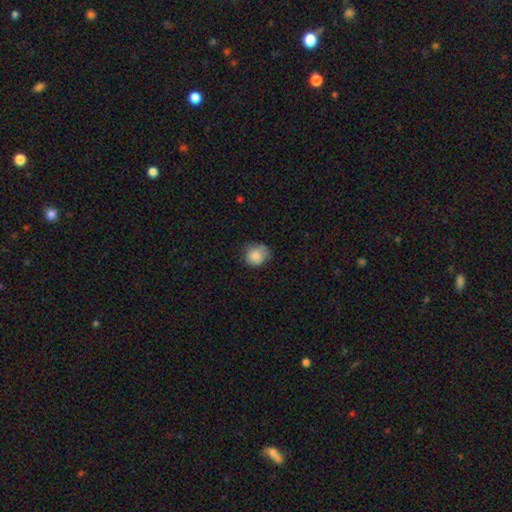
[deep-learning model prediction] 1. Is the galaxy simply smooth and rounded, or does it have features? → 84% smooth, 8% star or artifact, 7% featured or disk.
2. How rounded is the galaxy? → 78% round, 21% in between, 1% cigar-shaped.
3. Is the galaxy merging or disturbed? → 63% none, 28% minor disturbance, 7% major disturbance, 2% merger.